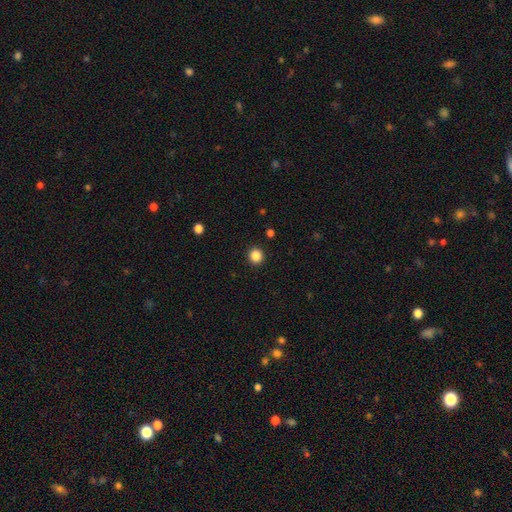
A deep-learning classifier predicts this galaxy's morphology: A smooth galaxy with no disk features (86%) that is round (93%). Merging: none (93%).